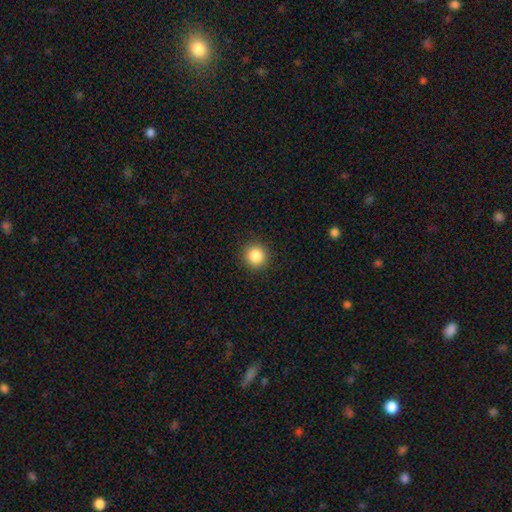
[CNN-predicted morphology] Smooth or featured? smooth (86%)
How rounded? round (92%)
Merging? none (91%)